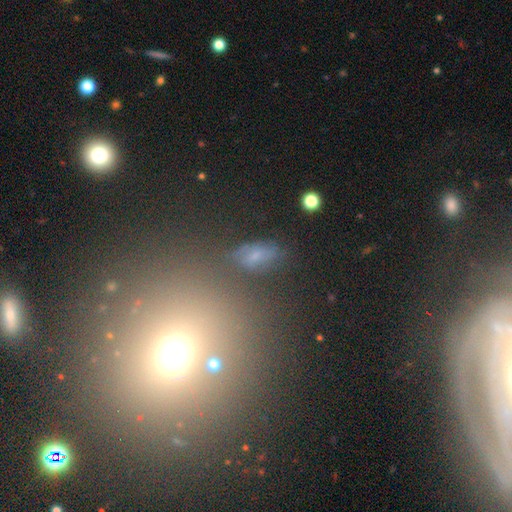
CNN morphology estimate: smooth 46%, featured or disk 28%, star or artifact 26%. Down the decision tree: merging — none (63%).